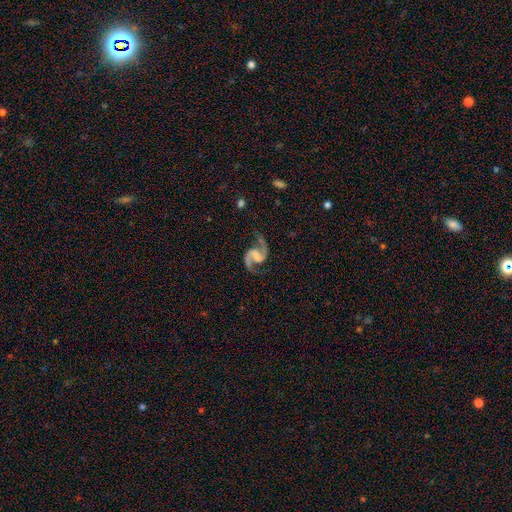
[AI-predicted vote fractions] Morphology: type=featured or disk (93%); edge-on=no (99%); bar=weak (47%); spiral arms=yes (98%); winding=medium (54%); arm count=2 (95%); bulge=none (56%); merging=none (80%).